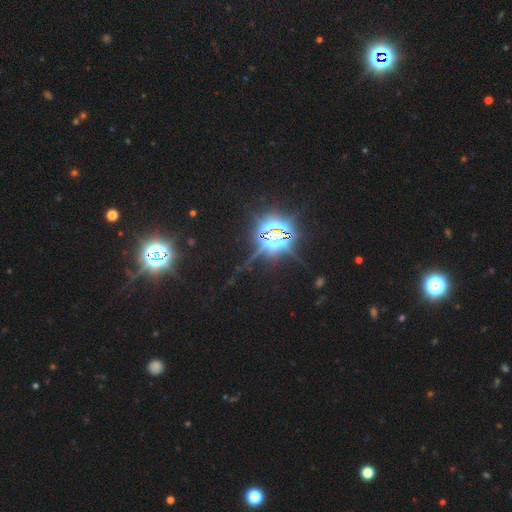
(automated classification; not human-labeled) Q: Smooth or featured?
A: star or artifact (84%); runner-up: smooth (10%)